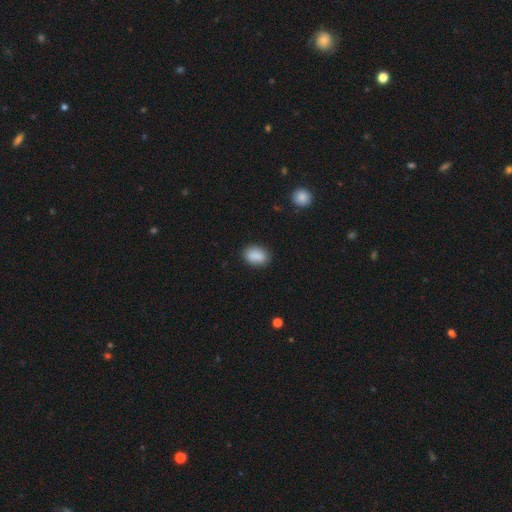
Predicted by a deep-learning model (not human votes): A smooth galaxy with no disk features (88%) that is in between round and cigar-shaped (80%).

Vote fractions:
- Smooth or featured? smooth: 88% / star or artifact: 8% / featured or disk: 4%
- How rounded? in between: 80% / round: 18% / cigar-shaped: 1%
- Merging? none: 85% / minor disturbance: 11% / major disturbance: 3% / merger: 1%